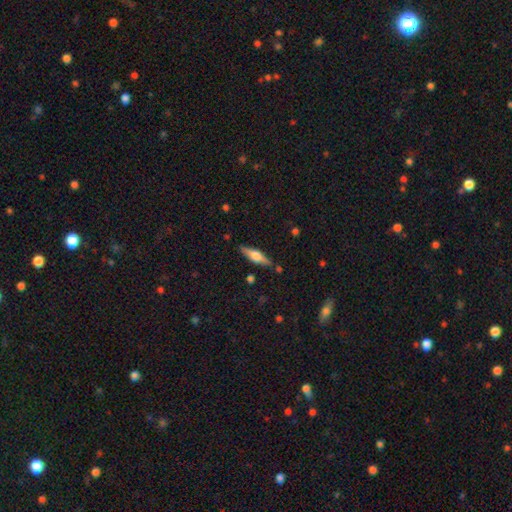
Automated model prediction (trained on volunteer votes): Smooth or featured? Predicted: featured or disk (p=0.54). Edge-on disk? Predicted: yes (p=0.94). Edge-on bulge? Predicted: rounded (p=0.89). Merging? Predicted: none (p=0.85).